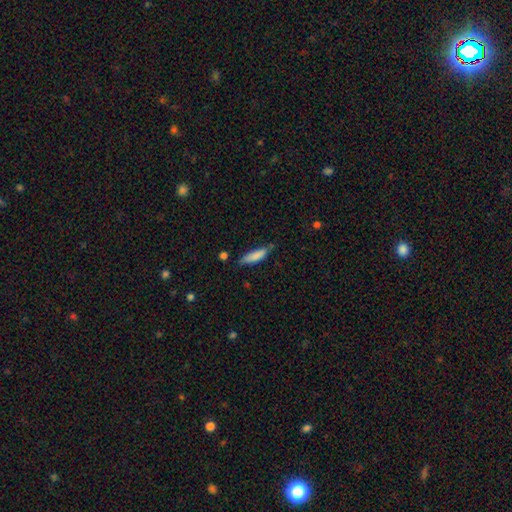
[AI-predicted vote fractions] This appears to be a smooth galaxy with no disk features (82%) that is cigar-shaped (62%). Merging: none (63%).